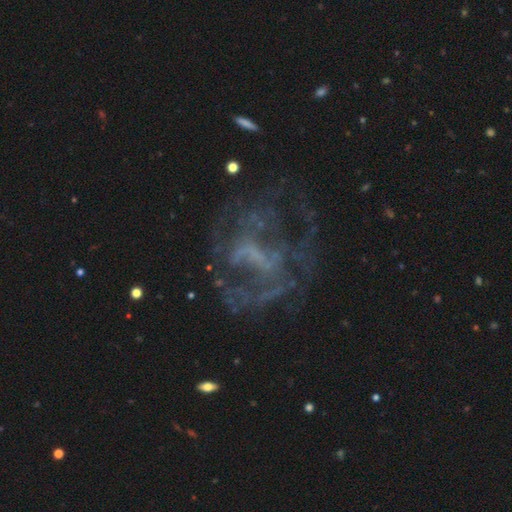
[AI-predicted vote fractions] featured or disk 69%, star or artifact 19%, smooth 12%. Down the decision tree: edge-on disk — no (97%); bar — no (53%); spiral arms — no (57%); bulge size — none (58%); merging — none (48%).